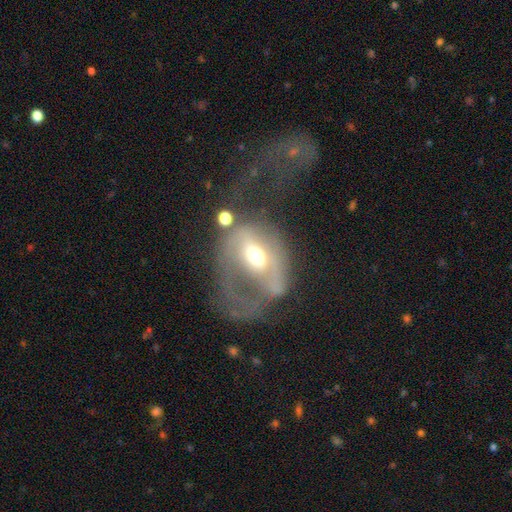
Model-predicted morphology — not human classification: type=featured or disk (61%); edge-on=no (94%); bar=no (51%); spiral arms=no (55%); bulge=moderate (67%); merging=major disturbance (59%).